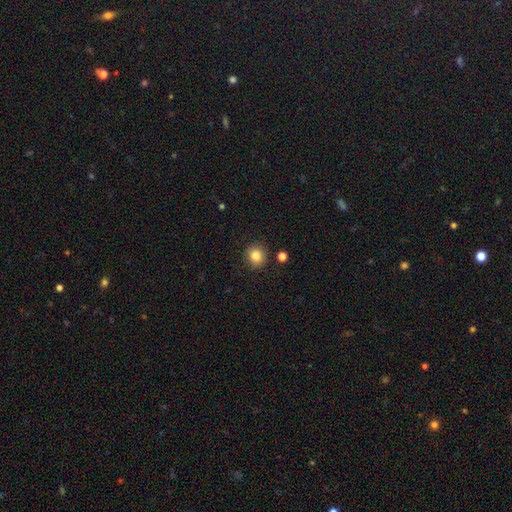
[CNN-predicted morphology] Smooth or featured?
  - smooth: 85% *
  - star or artifact: 10%
  - featured or disk: 5%
How rounded?
  - round: 88% *
  - in between: 11%
  - cigar-shaped: 1%
Merging?
  - none: 88% *
  - minor disturbance: 7%
  - merger: 2%
  - major disturbance: 2%